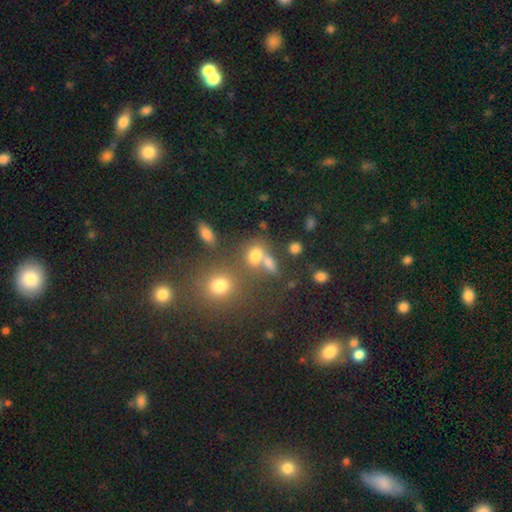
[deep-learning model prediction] smooth_or_featured: smooth (p=0.71) [alt: star or artifact p=0.18]
how_rounded: round (p=0.53) [alt: in between p=0.44]
merging: none (p=0.49) [alt: merger p=0.32]